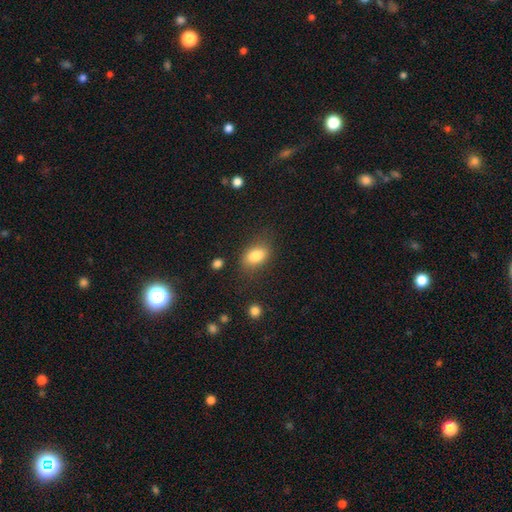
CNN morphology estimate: Smooth or featured?
  - smooth: 82% *
  - featured or disk: 9%
  - star or artifact: 9%
How rounded?
  - in between: 83% *
  - round: 15%
  - cigar-shaped: 2%
Merging?
  - none: 75% *
  - minor disturbance: 16%
  - major disturbance: 6%
  - merger: 2%